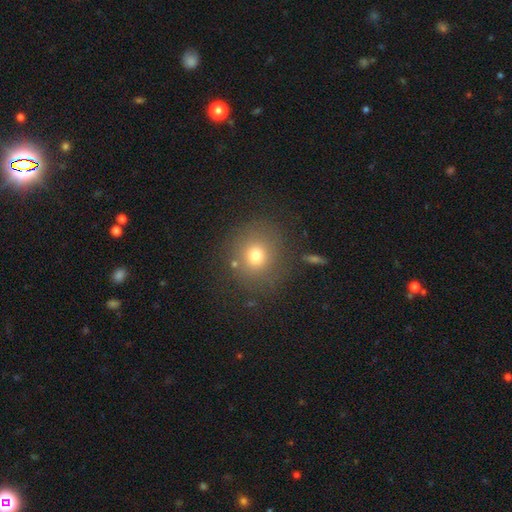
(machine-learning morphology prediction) smooth 72%, star or artifact 16%, featured or disk 12%. Down the decision tree: how rounded — round (86%); merging — none (81%).